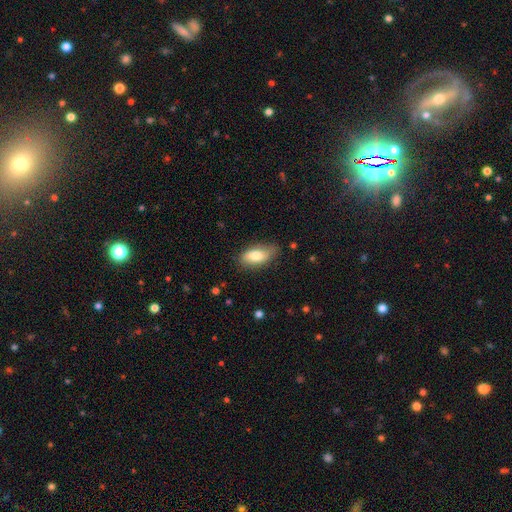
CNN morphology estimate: This appears to be a smooth galaxy with no disk features (78%) that is in between round and cigar-shaped (90%). Merging: none (74%).